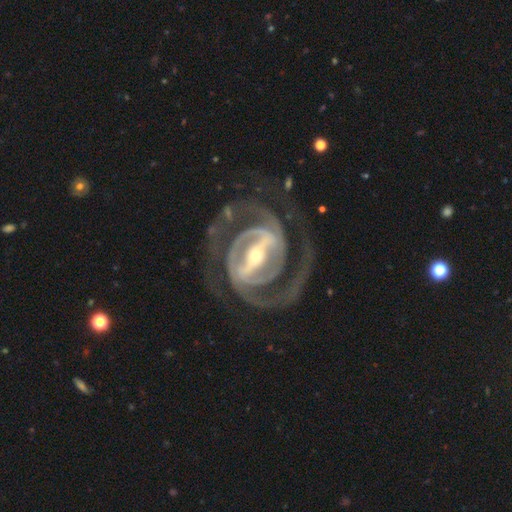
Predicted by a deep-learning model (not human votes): smooth-or-featured: featured or disk: 93% | star or artifact: 4% | smooth: 3%
  disk-edge-on: no: 97% | yes: 3%
    bar: strong: 81% | weak: 15% | no: 5%
    has-spiral-arms: yes: 97% | no: 3%
      spiral-winding: tight: 56% | medium: 37% | loose: 7%
      spiral-arm-count: 2: 76% | 3: 10% | can't tell: 5% | 4: 3% | 1: 3% | more than 4: 3%
    bulge-size: small: 64% | moderate: 31% | large: 3% | dominant: 1% | none: 1%
  merging: none: 72% | major disturbance: 14% | minor disturbance: 12% | merger: 2%